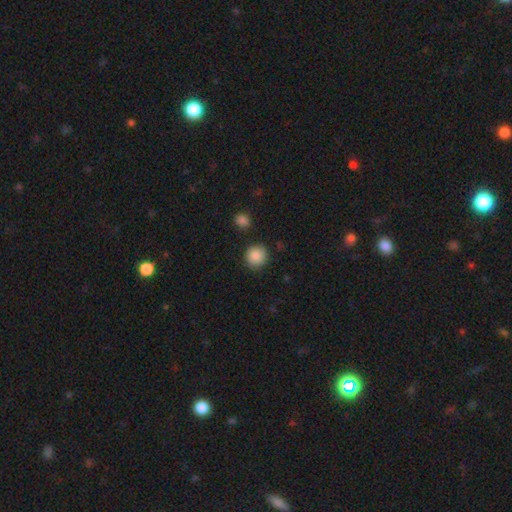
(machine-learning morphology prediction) A smooth galaxy with no disk features (87%) that is round (91%). Merging: none (87%).